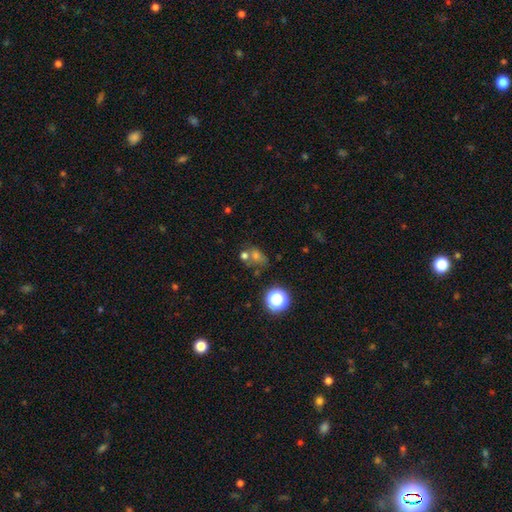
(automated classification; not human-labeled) The model was most divided on "how rounded": round: 52%, in between: 46%, cigar-shaped: 2%. Remaining: smooth or featured — smooth (60%); merging — none (46%).